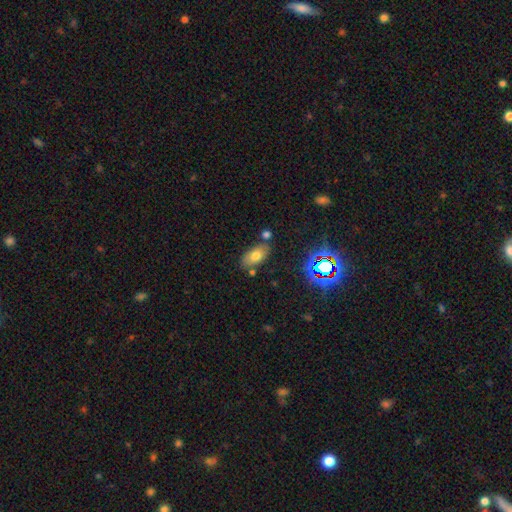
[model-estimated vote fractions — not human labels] Smooth or featured?
  - smooth: 69% *
  - featured or disk: 17%
  - star or artifact: 14%
How rounded?
  - in between: 89% *
  - round: 6%
  - cigar-shaped: 5%
Merging?
  - none: 74% *
  - minor disturbance: 12%
  - merger: 10%
  - major disturbance: 3%